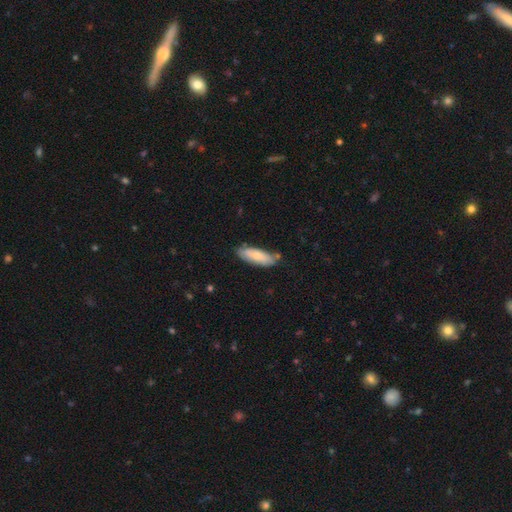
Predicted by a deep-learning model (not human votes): This is likely a smooth galaxy (70%). How rounded: likely in between (61%). Merging: likely none (74%).